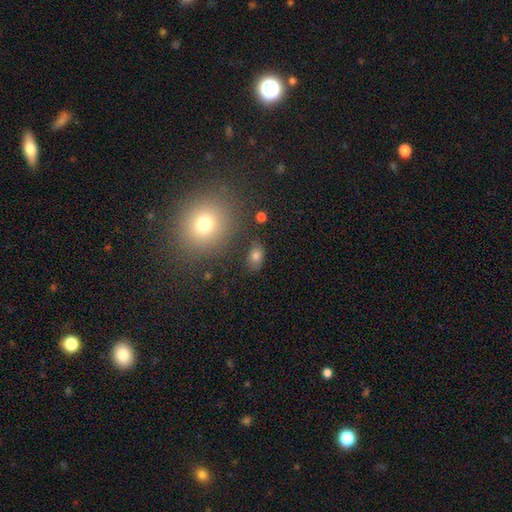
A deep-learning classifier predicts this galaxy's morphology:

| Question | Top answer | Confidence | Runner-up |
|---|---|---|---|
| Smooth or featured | smooth | 80% | star or artifact (12%) |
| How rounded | in between | 76% | round (22%) |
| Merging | none | 79% | minor disturbance (13%) |